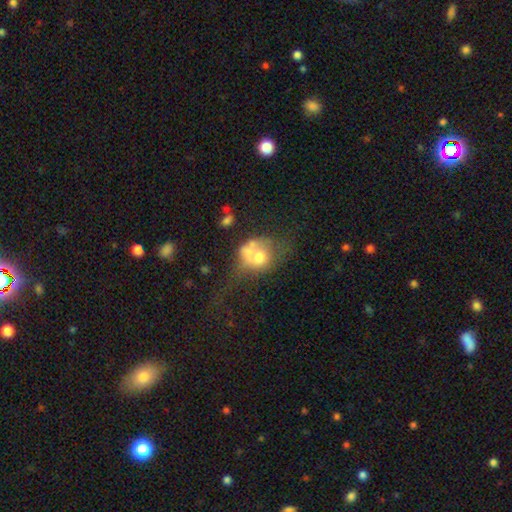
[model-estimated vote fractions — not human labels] This appears to be a smooth galaxy with no disk features (56%) that is round (60%). Merging: merger (48%).